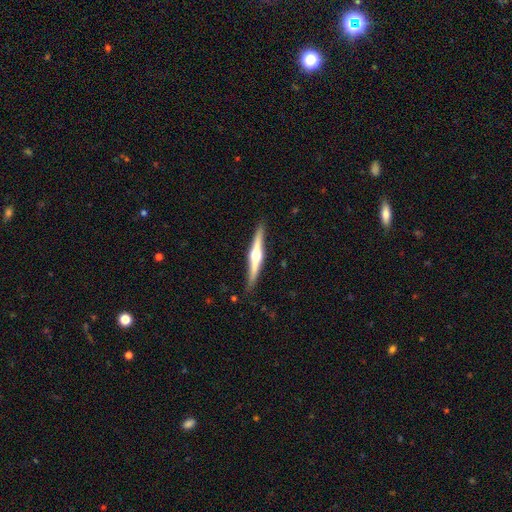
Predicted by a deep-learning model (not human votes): The model was most divided on "smooth or featured": featured or disk: 76%, smooth: 20%, star or artifact: 5%. More confident: edge-on disk — yes (98%); edge-on bulge — rounded (94%); merging — none (89%).